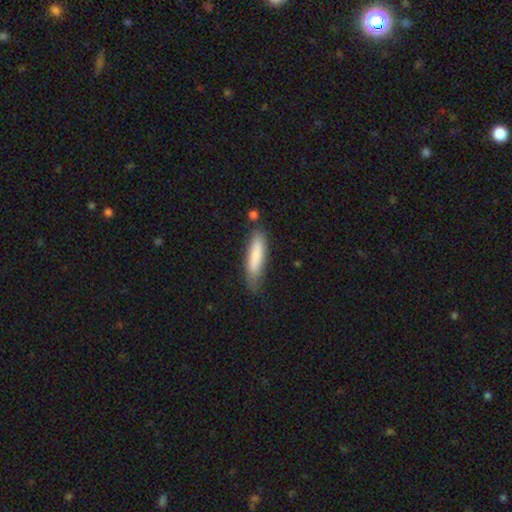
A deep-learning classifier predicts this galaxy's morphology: The model was most divided on "merging": none: 68%, minor disturbance: 23%, major disturbance: 5%, merger: 5%. More confident: smooth or featured — smooth (82%); how rounded — cigar-shaped (73%).